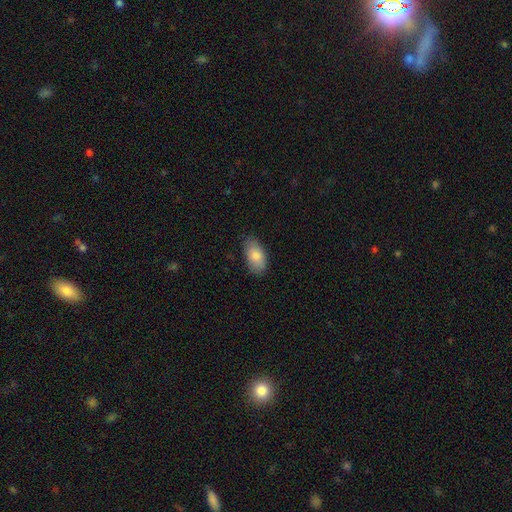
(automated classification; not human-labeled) smooth 83%, featured or disk 11%, star or artifact 7%. Down the decision tree: how rounded — in between (93%); merging — none (82%).